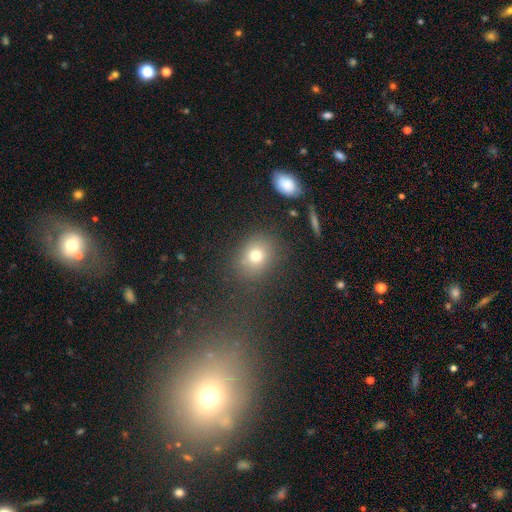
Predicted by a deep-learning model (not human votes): Morphology: type=smooth (74%); roundness=round (64%); merging=none (79%).